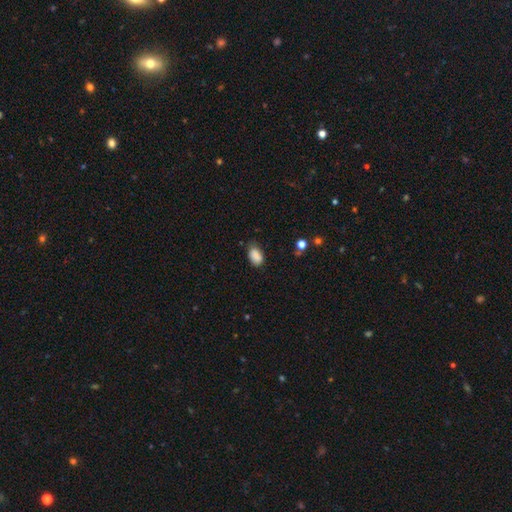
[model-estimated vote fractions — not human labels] Smooth or featured? smooth (87%)
How rounded? in between (89%)
Merging? none (68%)